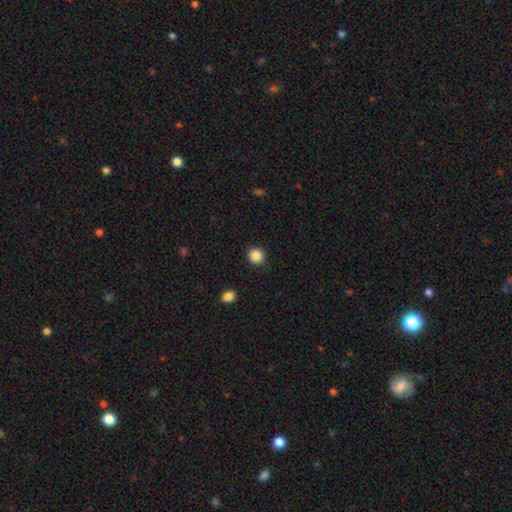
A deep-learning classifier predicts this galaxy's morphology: Q: Smooth or featured?
A: smooth (87%); runner-up: star or artifact (10%)
Q: How rounded?
A: round (92%); runner-up: in between (7%)
Q: Merging?
A: none (91%); runner-up: minor disturbance (6%)